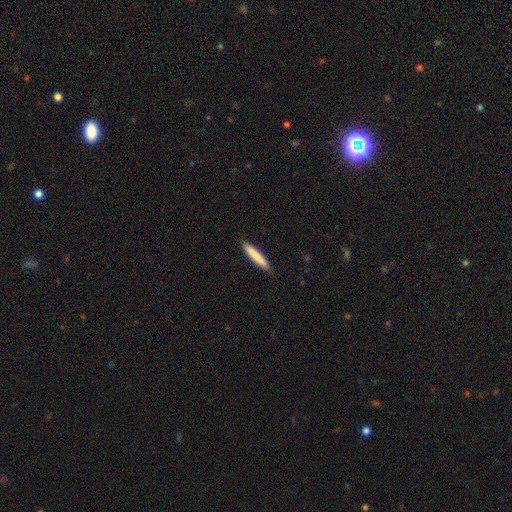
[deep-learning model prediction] This appears to be a smooth galaxy with no disk features (81%) that is cigar-shaped (92%). Merging: none (89%).